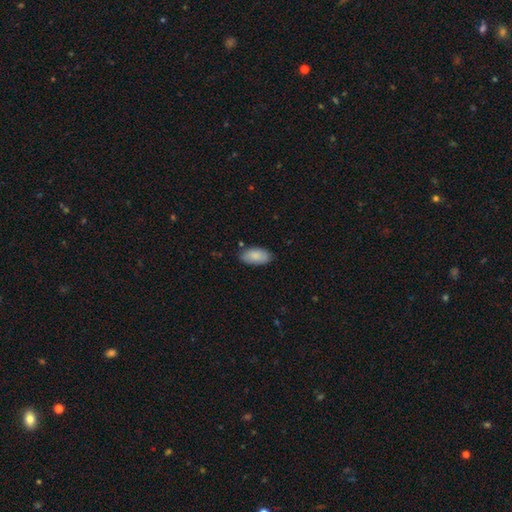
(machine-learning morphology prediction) smooth_or_featured: smooth (p=0.86) [alt: featured or disk p=0.07]
how_rounded: in between (p=0.94) [alt: round p=0.03]
merging: none (p=0.80) [alt: minor disturbance p=0.15]